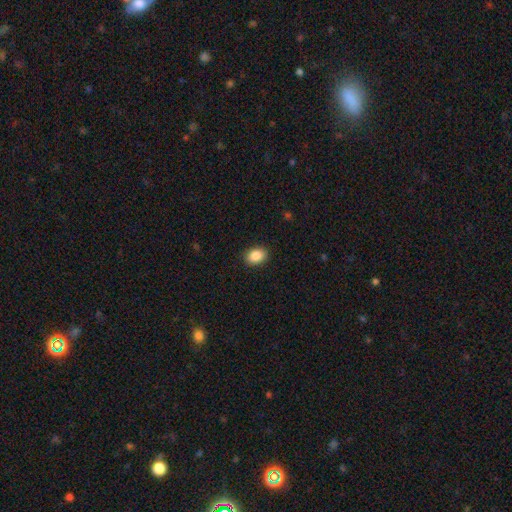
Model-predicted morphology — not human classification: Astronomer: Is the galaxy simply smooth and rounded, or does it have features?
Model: smooth — 88%.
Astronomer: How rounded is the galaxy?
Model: in between — 76%.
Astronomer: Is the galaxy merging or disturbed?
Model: none — 89%.